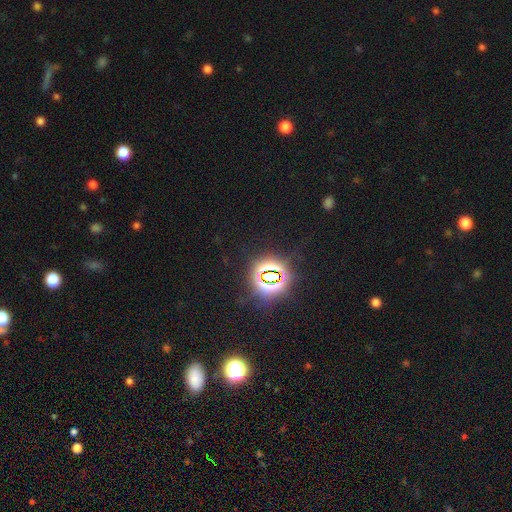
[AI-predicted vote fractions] This is likely a star or artifact rather than a galaxy (79%).